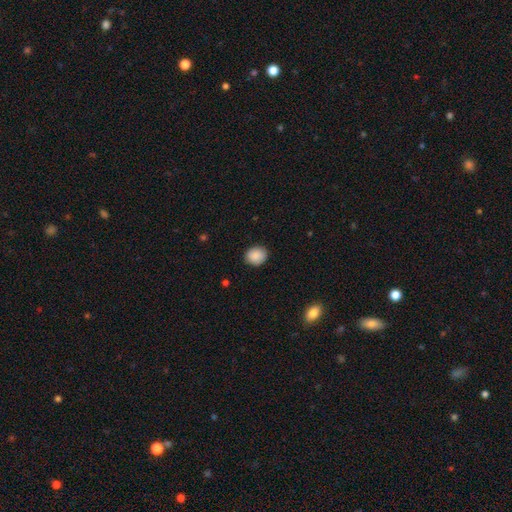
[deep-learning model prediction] smooth-or-featured: smooth: 88% | star or artifact: 8% | featured or disk: 4%
  how-rounded: round: 67% | in between: 32% | cigar-shaped: 1%
  merging: none: 87% | minor disturbance: 9% | major disturbance: 2% | merger: 1%